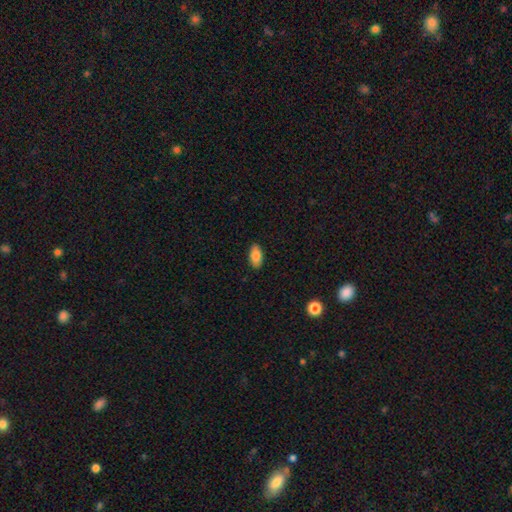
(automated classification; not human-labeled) Smooth or featured? smooth (86%)
How rounded? in between (92%)
Merging? none (89%)